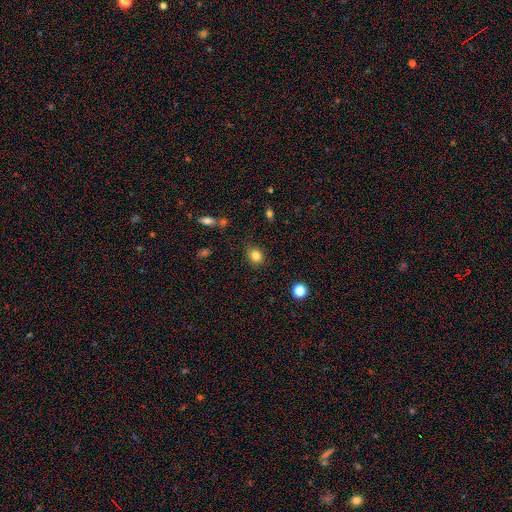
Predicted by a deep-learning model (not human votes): Overall: smooth (83%). How rounded: round (66%; in between 33%). Merging: none (85%).